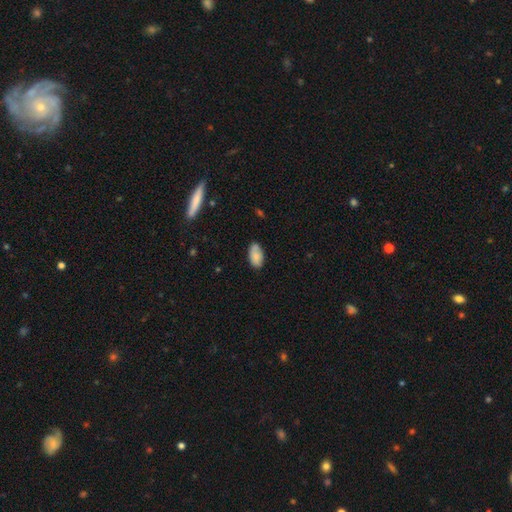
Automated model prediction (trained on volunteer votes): Q: Smooth or featured?
A: smooth (80%); runner-up: featured or disk (13%)
Q: How rounded?
A: in between (94%); runner-up: round (3%)
Q: Merging?
A: none (75%); runner-up: minor disturbance (20%)